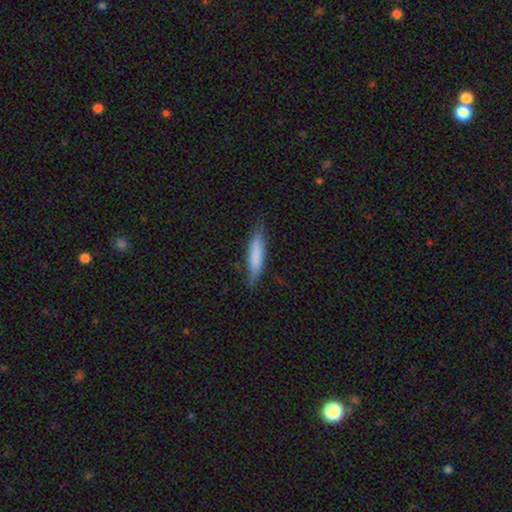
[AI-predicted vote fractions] A smooth galaxy with no disk features (75%) that is cigar-shaped (83%).

Vote fractions:
- Smooth or featured? smooth: 75% / featured or disk: 19% / star or artifact: 6%
- How rounded? cigar-shaped: 83% / in between: 16% / round: 1%
- Merging? none: 77% / minor disturbance: 18% / major disturbance: 3% / merger: 1%